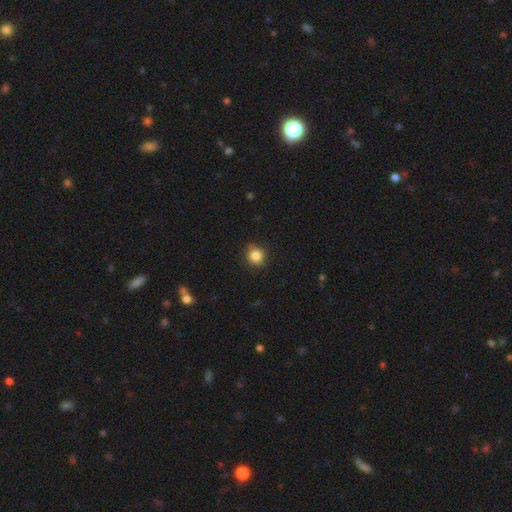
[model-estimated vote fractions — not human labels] Smooth or featured? Predicted: smooth (p=0.84). How rounded? Predicted: round (p=0.89). Merging? Predicted: none (p=0.84).